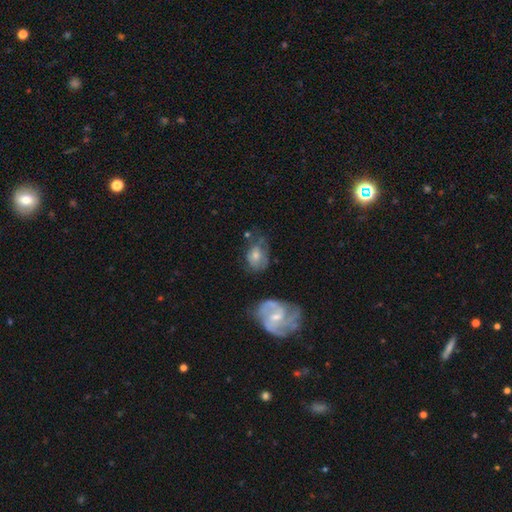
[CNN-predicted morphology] Smooth or featured?
  - smooth: 53% *
  - featured or disk: 38%
  - star or artifact: 8%
How rounded?
  - in between: 66% *
  - round: 33%
  - cigar-shaped: 2%
Merging?
  - none: 35% *
  - minor disturbance: 29%
  - major disturbance: 27%
  - merger: 10%